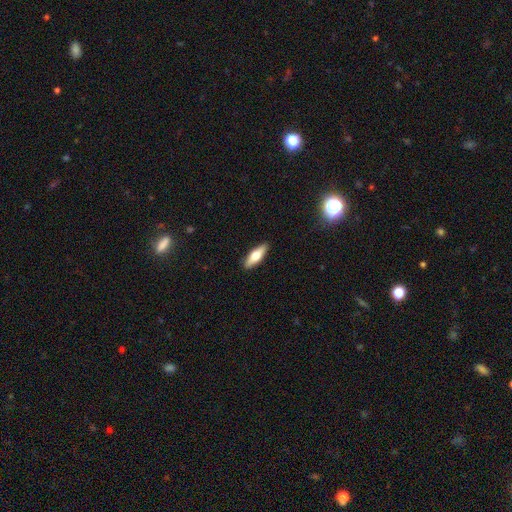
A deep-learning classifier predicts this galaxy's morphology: This is likely a smooth galaxy (61%). How rounded: possibly in between (50%). Merging: clearly none (90%).